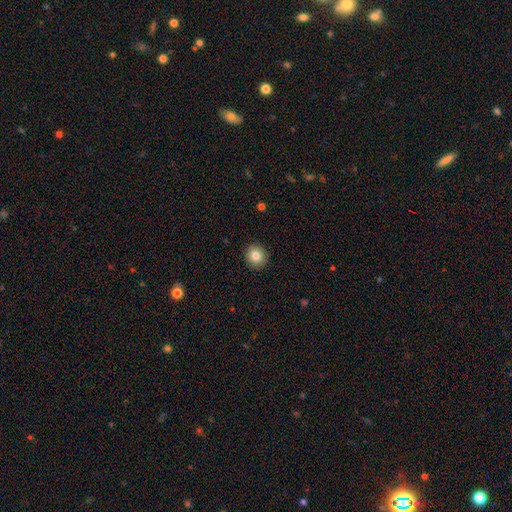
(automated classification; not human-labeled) A smooth galaxy with no disk features (83%) that is round (90%).

Vote fractions:
- Smooth or featured? smooth: 83% / star or artifact: 9% / featured or disk: 8%
- How rounded? round: 90% / in between: 9% / cigar-shaped: 1%
- Merging? none: 92% / minor disturbance: 5% / major disturbance: 2% / merger: 1%